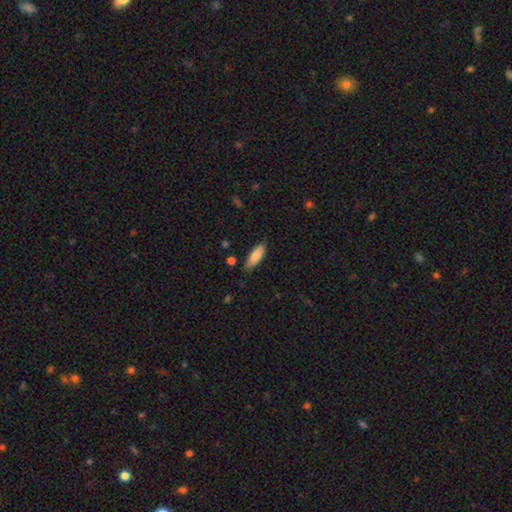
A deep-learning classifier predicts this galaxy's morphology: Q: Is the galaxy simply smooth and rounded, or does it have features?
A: smooth — 85%.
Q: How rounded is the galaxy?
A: in between — 66%.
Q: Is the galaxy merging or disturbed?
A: none — 80%.